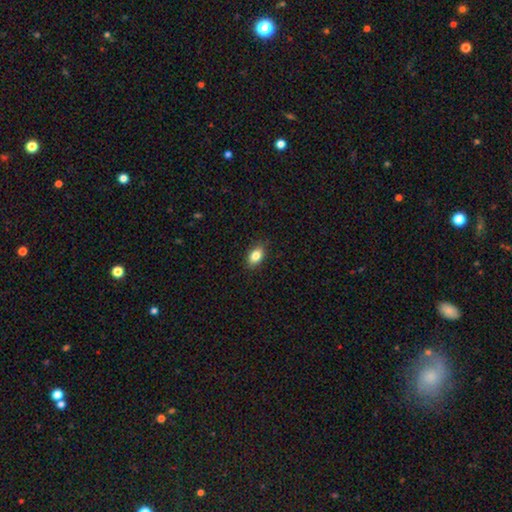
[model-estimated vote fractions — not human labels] Smooth or featured? smooth (83%)
How rounded? in between (85%)
Merging? none (86%)